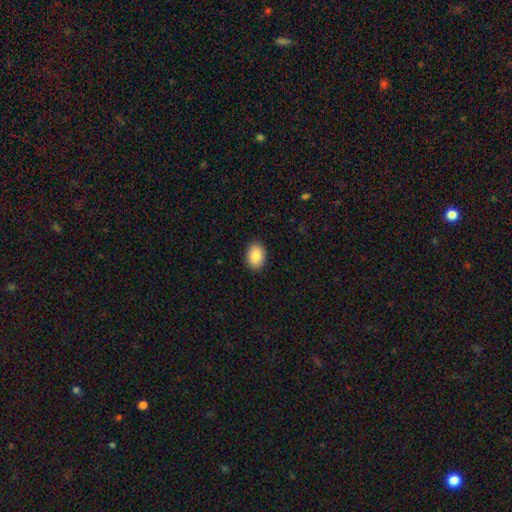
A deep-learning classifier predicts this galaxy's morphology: smooth 87%, star or artifact 7%, featured or disk 5%. Down the decision tree: how rounded — in between (80%); merging — none (90%).